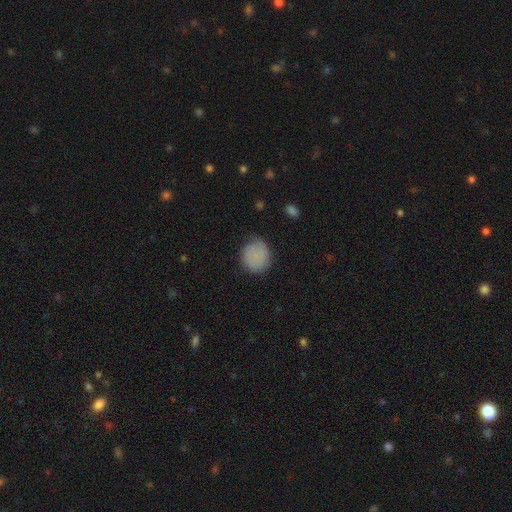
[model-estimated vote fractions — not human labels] smooth 81%, featured or disk 11%, star or artifact 8%. Down the decision tree: how rounded — round (83%); merging — none (68%).